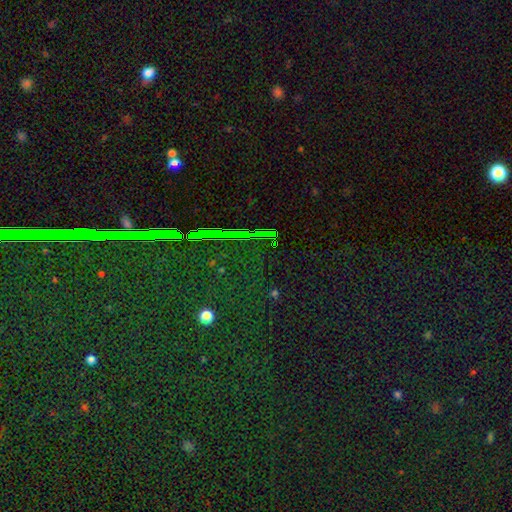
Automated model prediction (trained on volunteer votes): Q: Smooth or featured?
A: star or artifact (84%); runner-up: smooth (9%)